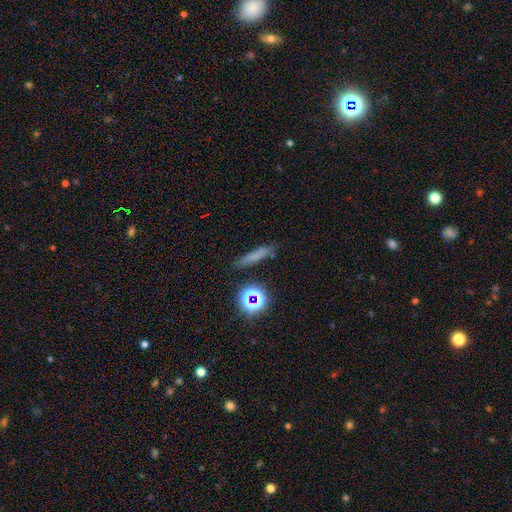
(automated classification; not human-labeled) Smooth or featured? Predicted: smooth (p=0.66). How rounded? Predicted: cigar-shaped (p=0.84). Merging? Predicted: none (p=0.81).